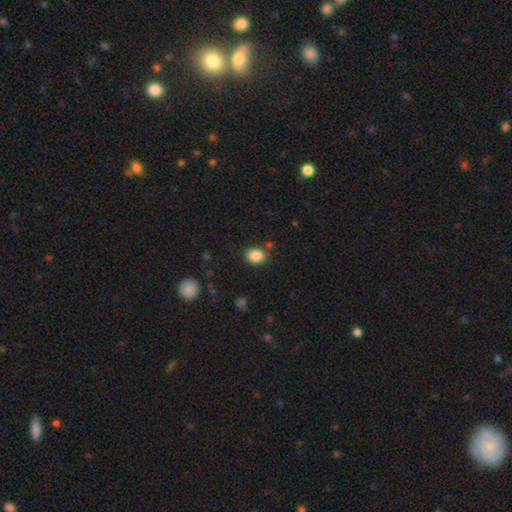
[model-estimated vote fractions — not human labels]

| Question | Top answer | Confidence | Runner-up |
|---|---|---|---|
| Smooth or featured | smooth | 86% | star or artifact (9%) |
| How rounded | round | 53% | in between (46%) |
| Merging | none | 80% | minor disturbance (12%) |